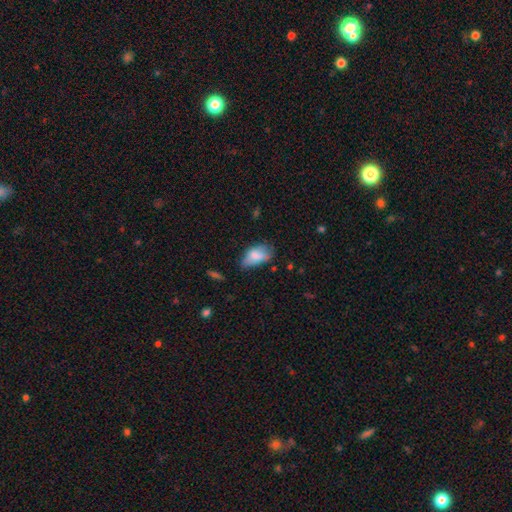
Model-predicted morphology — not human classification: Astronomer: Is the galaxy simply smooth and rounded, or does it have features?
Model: smooth — 77%.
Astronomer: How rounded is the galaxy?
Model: in between — 92%.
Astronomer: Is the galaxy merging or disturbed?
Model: none — 41% (runner-up: minor disturbance, 40%).